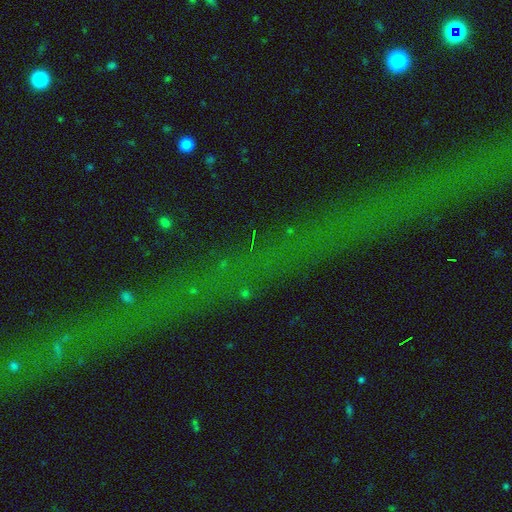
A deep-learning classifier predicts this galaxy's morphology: star or artifact 66%, featured or disk 21%, smooth 14%.